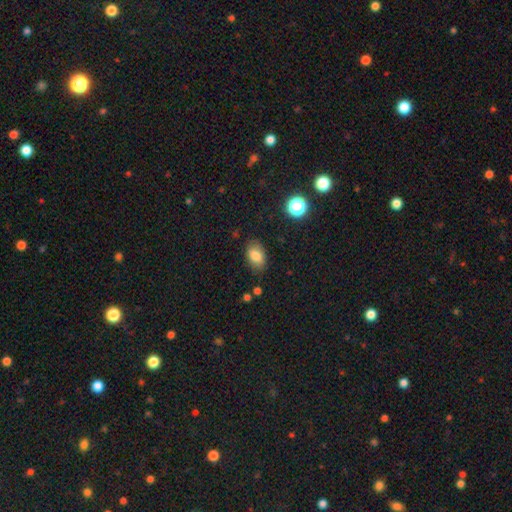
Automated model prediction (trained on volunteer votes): Q: Smooth or featured?
A: smooth (81%); runner-up: star or artifact (10%)
Q: How rounded?
A: in between (86%); runner-up: round (13%)
Q: Merging?
A: none (81%); runner-up: minor disturbance (14%)